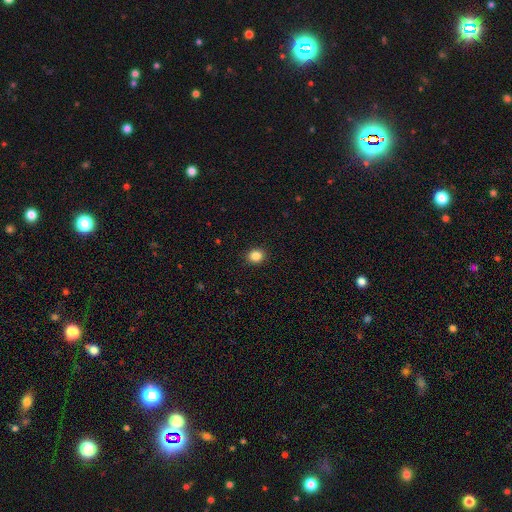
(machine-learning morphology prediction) Smooth or featured? smooth (86%)
How rounded? round (76%)
Merging? none (92%)